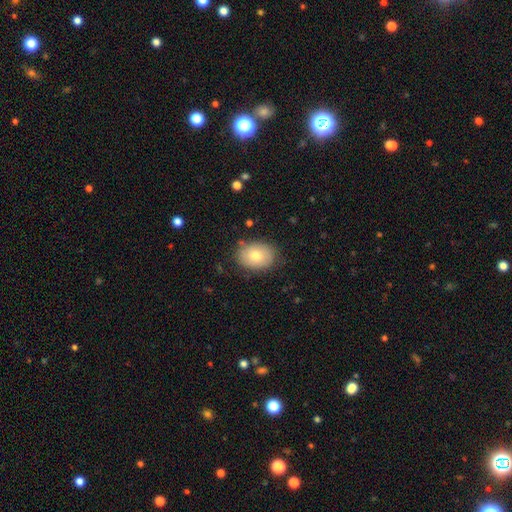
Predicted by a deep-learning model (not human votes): smooth_or_featured: smooth (p=0.76) [alt: featured or disk p=0.16]
how_rounded: in between (p=0.69) [alt: round p=0.30]
merging: none (p=0.80) [alt: minor disturbance p=0.15]